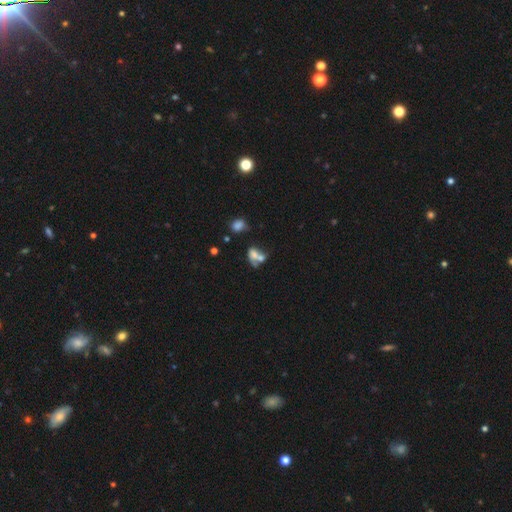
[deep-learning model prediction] Overall: smooth (57%; featured or disk 29%). How rounded: in between (74%). Merging: merger (59%).